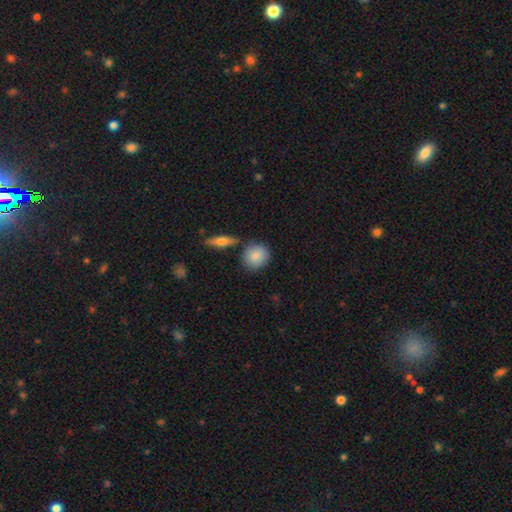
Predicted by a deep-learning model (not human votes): A smooth galaxy with no disk features (86%) that is round (69%).

Vote fractions:
- Smooth or featured? smooth: 86% / featured or disk: 8% / star or artifact: 6%
- How rounded? round: 69% / in between: 29% / cigar-shaped: 2%
- Merging? none: 72% / minor disturbance: 15% / merger: 9% / major disturbance: 4%